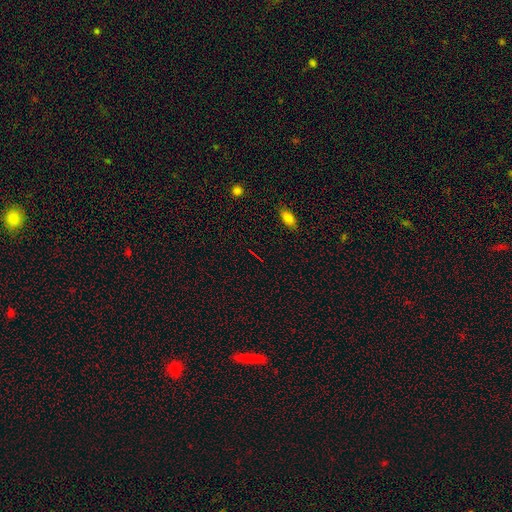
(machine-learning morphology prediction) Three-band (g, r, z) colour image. It shows a star or artifact, not a galaxy (55%).